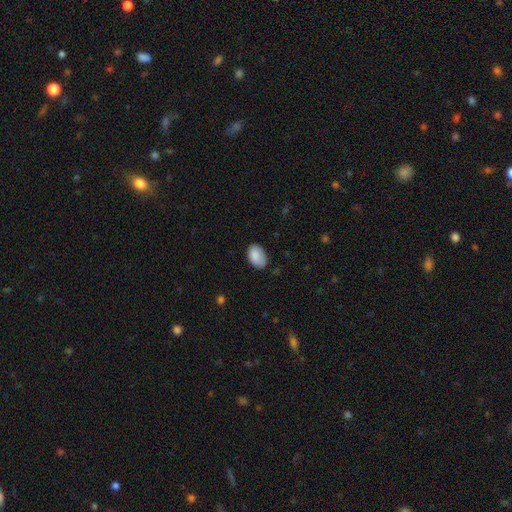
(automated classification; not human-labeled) Morphology: type=smooth (87%); roundness=in between (90%); merging=none (73%).